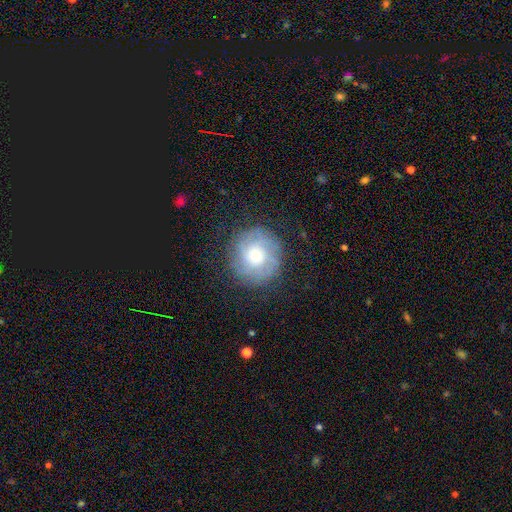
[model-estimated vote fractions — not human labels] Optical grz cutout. It shows a featured or disk galaxy (56%) with no bar (80%), spiral arms (82%) and a moderate central bulge (44%). Merging: none (79%).